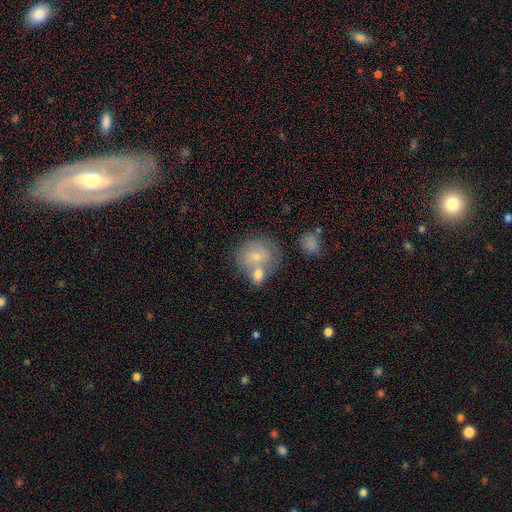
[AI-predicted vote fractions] This is likely a smooth galaxy (69%). How rounded: likely round (69%). Merging: possibly merger (50%).